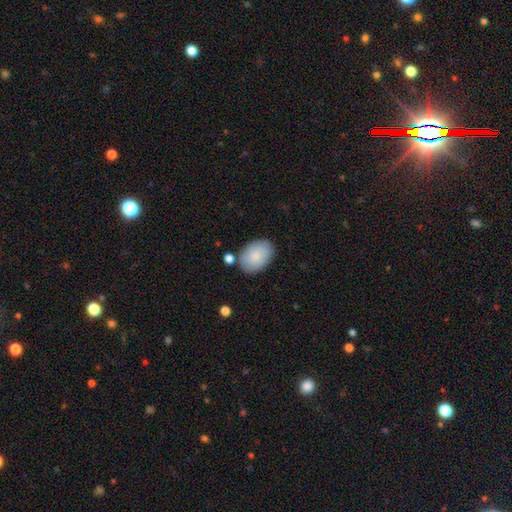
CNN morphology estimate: The model was most divided on "merging": none: 79%, minor disturbance: 13%, merger: 5%, major disturbance: 3%. More confident: how rounded — in between (87%); smooth or featured — smooth (84%).